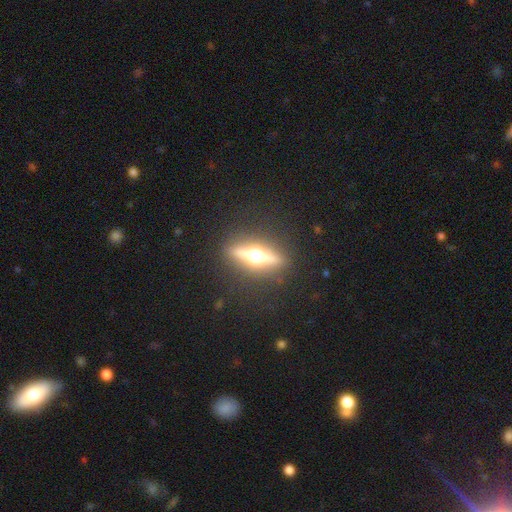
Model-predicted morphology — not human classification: This appears to be a featured or disk galaxy (73%) viewed edge-on (94%) with a rounded central bulge (96%). Merging: none (89%).